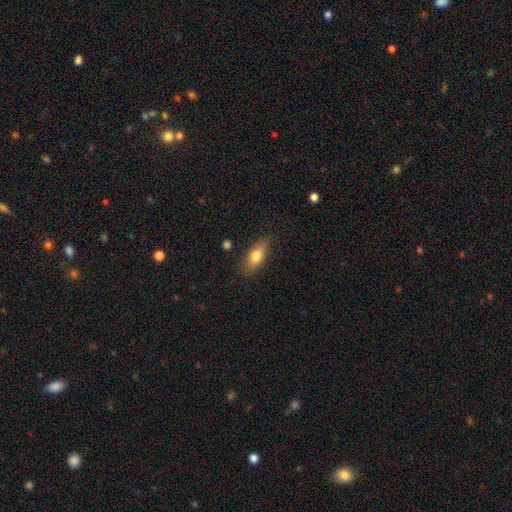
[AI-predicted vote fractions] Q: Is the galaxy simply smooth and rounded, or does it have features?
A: smooth — 74%.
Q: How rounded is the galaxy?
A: in between — 75%.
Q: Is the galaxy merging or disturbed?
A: none — 82%.